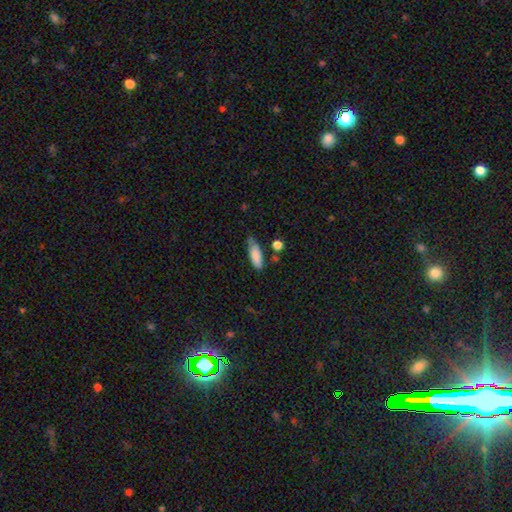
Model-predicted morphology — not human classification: Smooth or featured? smooth (83%)
How rounded? in between (58%)
Merging? none (58%)